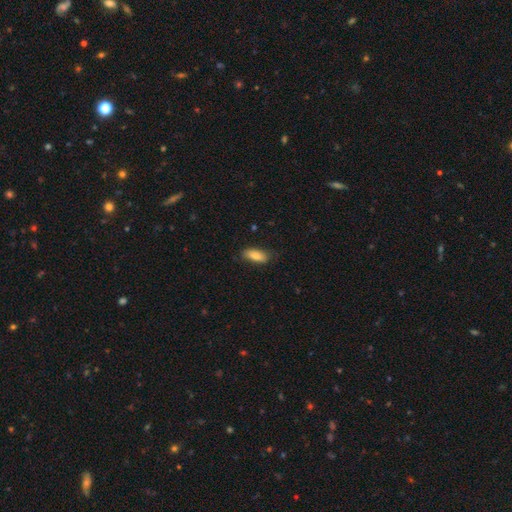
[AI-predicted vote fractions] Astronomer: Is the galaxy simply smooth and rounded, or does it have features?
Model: smooth — 83%.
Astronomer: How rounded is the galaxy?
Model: in between — 80%.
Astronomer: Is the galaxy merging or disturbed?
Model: none — 78%.